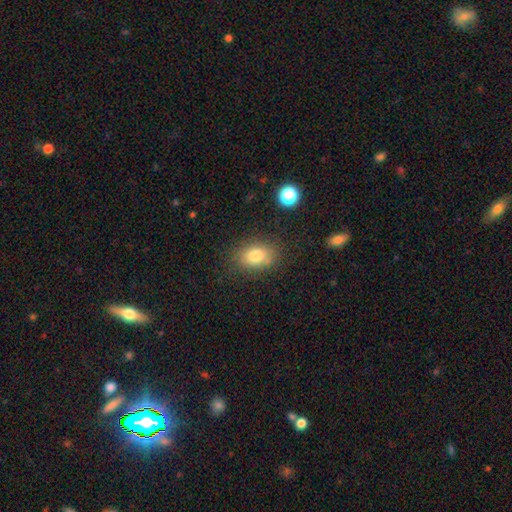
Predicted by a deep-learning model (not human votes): A smooth galaxy with no disk features (80%) that is in between round and cigar-shaped (78%).

Vote fractions:
- Smooth or featured? smooth: 80% / star or artifact: 10% / featured or disk: 10%
- How rounded? in between: 78% / round: 20% / cigar-shaped: 1%
- Merging? none: 79% / minor disturbance: 14% / major disturbance: 4% / merger: 3%